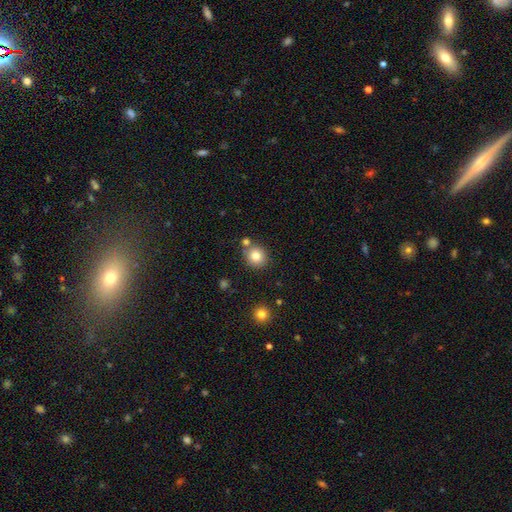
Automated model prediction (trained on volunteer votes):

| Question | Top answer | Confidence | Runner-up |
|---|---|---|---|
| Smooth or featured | smooth | 82% | star or artifact (11%) |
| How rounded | round | 87% | in between (12%) |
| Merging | none | 75% | merger (13%) |